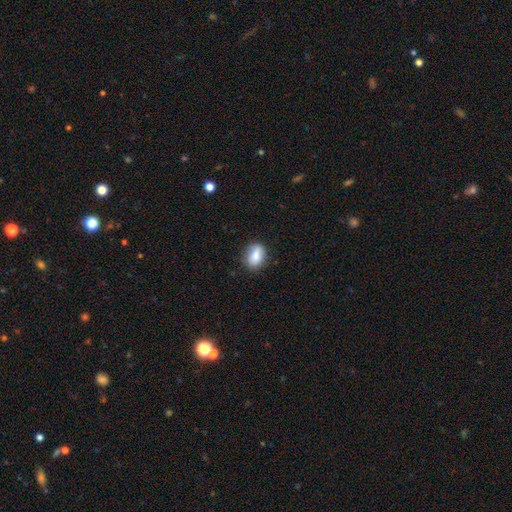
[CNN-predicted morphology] Q: Smooth or featured?
A: smooth (80%); runner-up: featured or disk (12%)
Q: How rounded?
A: in between (73%); runner-up: round (24%)
Q: Merging?
A: none (76%); runner-up: minor disturbance (18%)